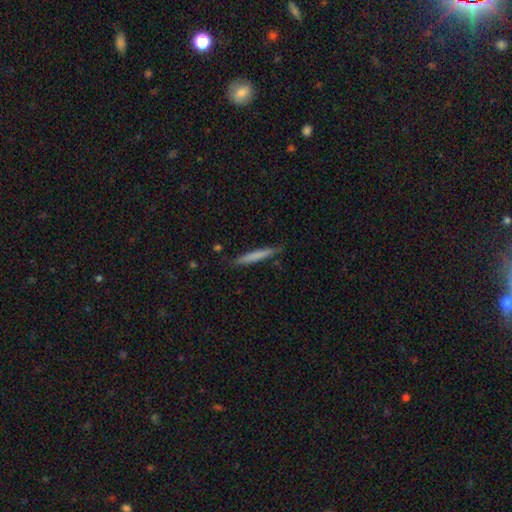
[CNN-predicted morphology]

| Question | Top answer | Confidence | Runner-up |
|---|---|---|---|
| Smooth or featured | smooth | 71% | featured or disk (24%) |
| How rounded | cigar-shaped | 96% | in between (3%) |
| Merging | none | 86% | minor disturbance (10%) |